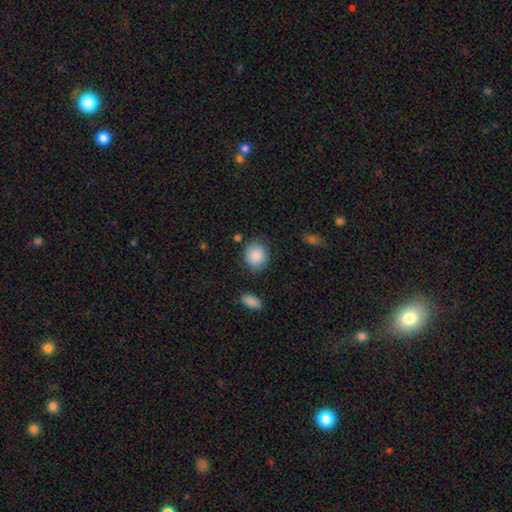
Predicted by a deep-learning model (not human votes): The model was most divided on "how rounded": round: 69%, in between: 30%, cigar-shaped: 1%. More confident: smooth or featured — smooth (88%); merging — none (80%).